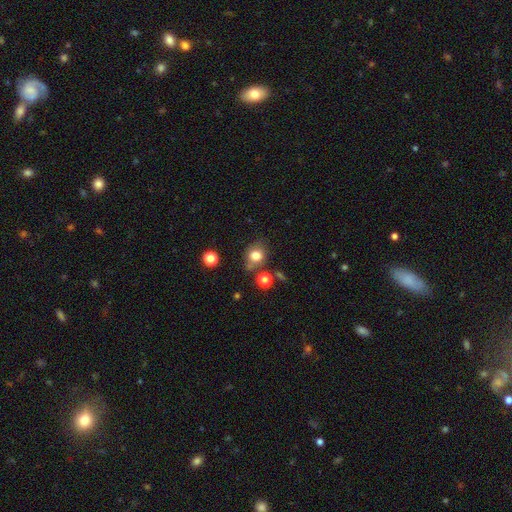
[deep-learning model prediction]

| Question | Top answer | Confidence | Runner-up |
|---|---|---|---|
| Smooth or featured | smooth | 78% | star or artifact (12%) |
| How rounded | round | 66% | in between (33%) |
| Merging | none | 67% | minor disturbance (17%) |